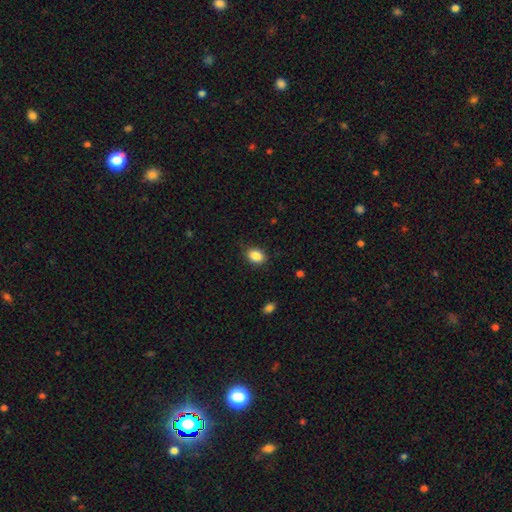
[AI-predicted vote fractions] A smooth galaxy with no disk features (86%) that is in between round and cigar-shaped (75%). Merging: none (84%).